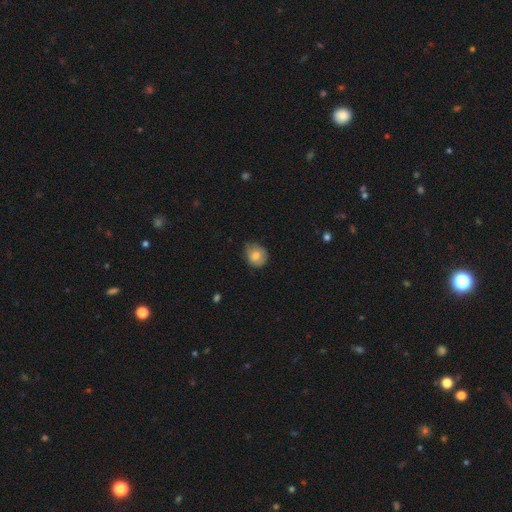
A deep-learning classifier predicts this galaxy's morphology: type=smooth (76%); roundness=round (74%); merging=none (62%).